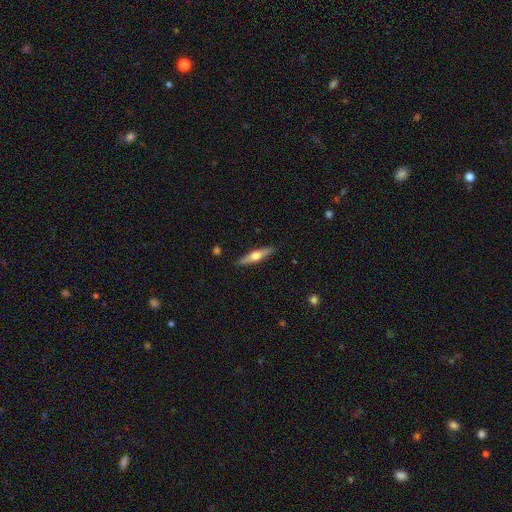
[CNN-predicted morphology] smooth_or_featured: featured or disk (p=0.55) [alt: smooth p=0.39]
disk_edge_on: yes (p=0.95) [alt: no p=0.05]
edge_on_bulge: rounded (p=0.93) [alt: boxy p=0.03]
merging: none (p=0.90) [alt: minor disturbance p=0.08]